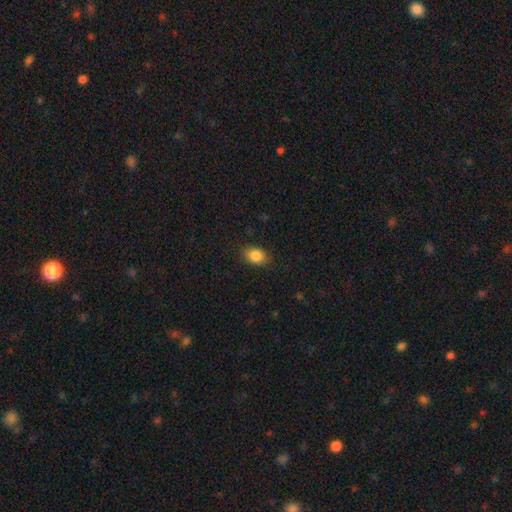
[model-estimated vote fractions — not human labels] This is clearly a smooth galaxy (86%). How rounded: likely in between (70%). Merging: clearly none (83%).